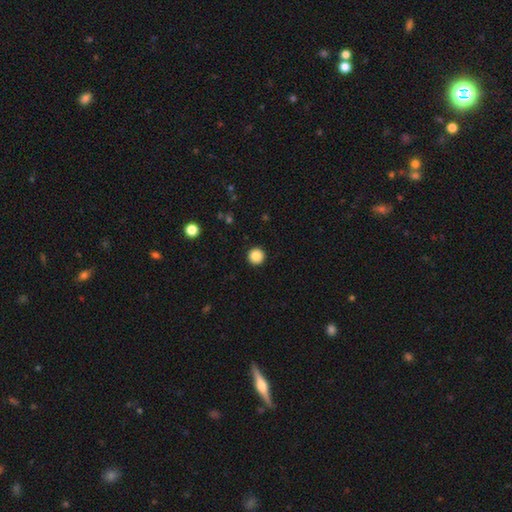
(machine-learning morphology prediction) Smooth or featured? Predicted: smooth (p=0.87). How rounded? Predicted: round (p=0.96). Merging? Predicted: none (p=0.94).